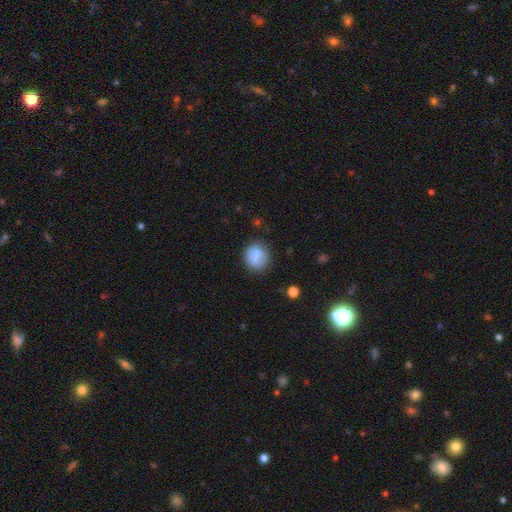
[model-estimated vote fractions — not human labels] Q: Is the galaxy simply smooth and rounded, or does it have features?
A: smooth — 74%.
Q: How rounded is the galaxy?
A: round — 77%.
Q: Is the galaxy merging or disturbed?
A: none — 74%.